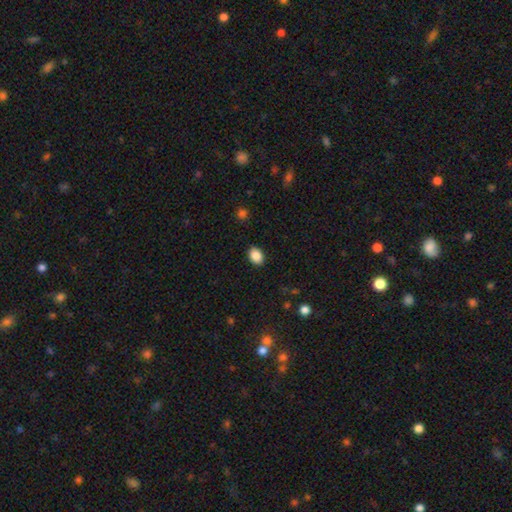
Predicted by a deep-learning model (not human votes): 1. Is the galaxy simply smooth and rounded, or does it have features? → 88% smooth, 8% star or artifact, 4% featured or disk.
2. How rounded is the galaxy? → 77% in between, 22% round, 1% cigar-shaped.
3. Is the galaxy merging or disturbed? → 88% none, 8% minor disturbance, 2% major disturbance, 1% merger.